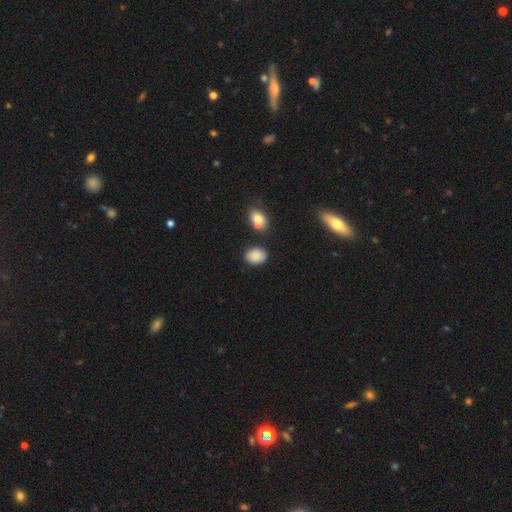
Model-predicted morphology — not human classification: A smooth galaxy with no disk features (86%) that is in between round and cigar-shaped (73%). Merging: none (80%).